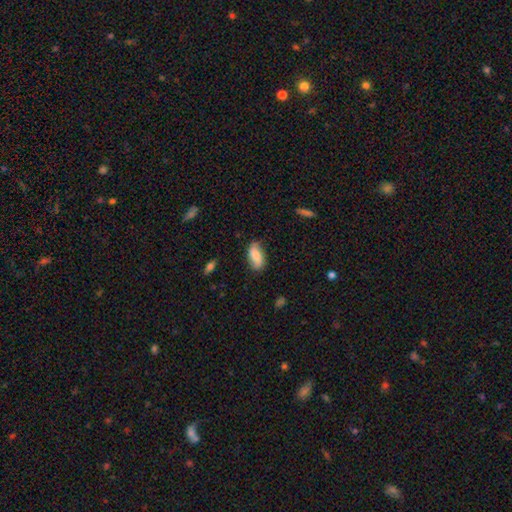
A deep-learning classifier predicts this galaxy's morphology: Q: Smooth or featured?
A: smooth (74%); runner-up: featured or disk (18%)
Q: How rounded?
A: in between (91%); runner-up: cigar-shaped (6%)
Q: Merging?
A: none (71%); runner-up: minor disturbance (22%)